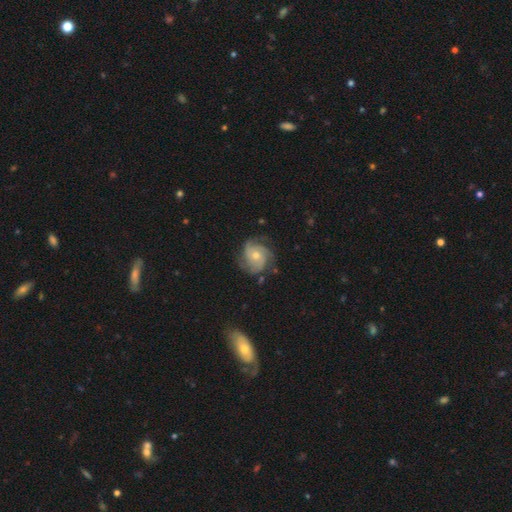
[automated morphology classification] type=featured or disk (84%); edge-on=no (98%); bar=no (74%); spiral arms=yes (97%); winding=tight (50%); arm count=3 (49%); bulge=moderate (52%); merging=none (74%).